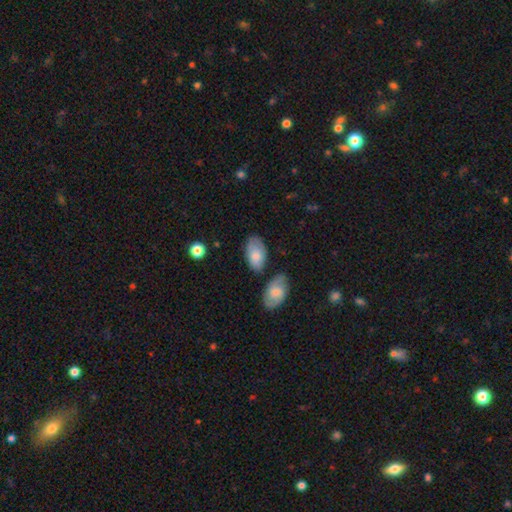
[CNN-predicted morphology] smooth-or-featured: smooth: 79% | featured or disk: 16% | star or artifact: 6%
  how-rounded: in between: 94% | round: 4% | cigar-shaped: 2%
  merging: none: 67% | minor disturbance: 20% | merger: 8% | major disturbance: 5%